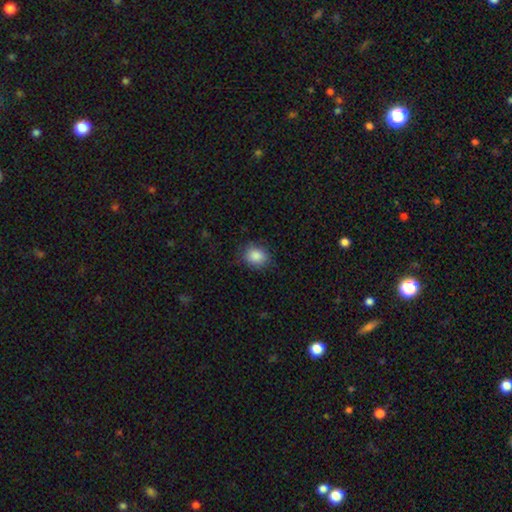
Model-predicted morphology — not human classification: A smooth galaxy with no disk features (87%) that is round (58%). Merging: none (81%).